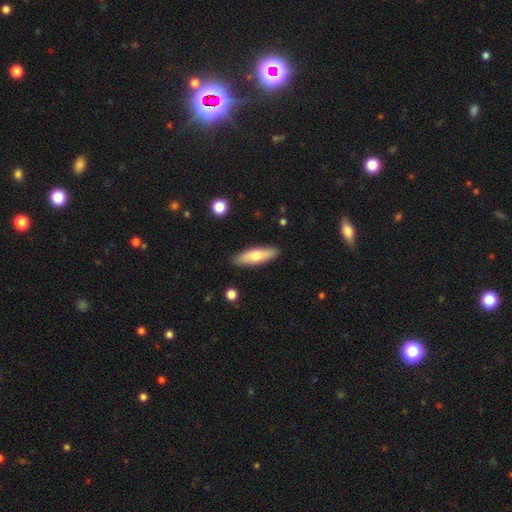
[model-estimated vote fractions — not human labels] This is likely a smooth galaxy (64%). How rounded: possibly cigar-shaped (50%). Merging: clearly none (88%).